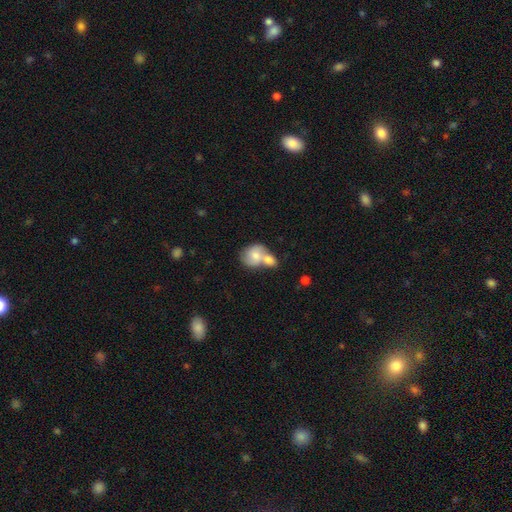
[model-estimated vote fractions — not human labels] Smooth or featured? Predicted: smooth (p=0.66). How rounded? Predicted: round (p=0.56). Merging? Predicted: merger (p=0.66).